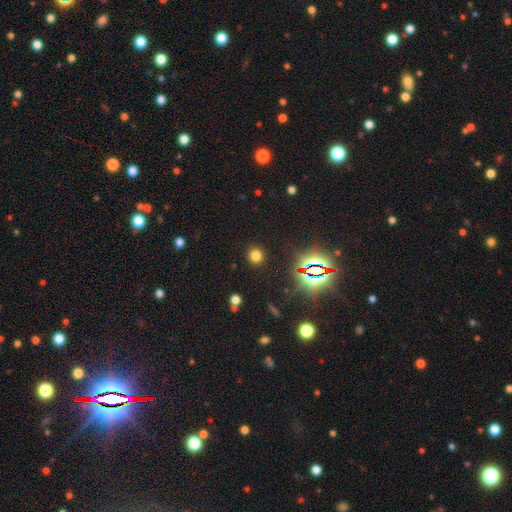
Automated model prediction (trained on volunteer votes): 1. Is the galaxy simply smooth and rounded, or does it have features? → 70% smooth, 24% star or artifact, 6% featured or disk.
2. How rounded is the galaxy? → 88% round, 11% in between, 1% cigar-shaped.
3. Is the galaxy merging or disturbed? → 90% none, 6% minor disturbance, 3% major disturbance, 2% merger.